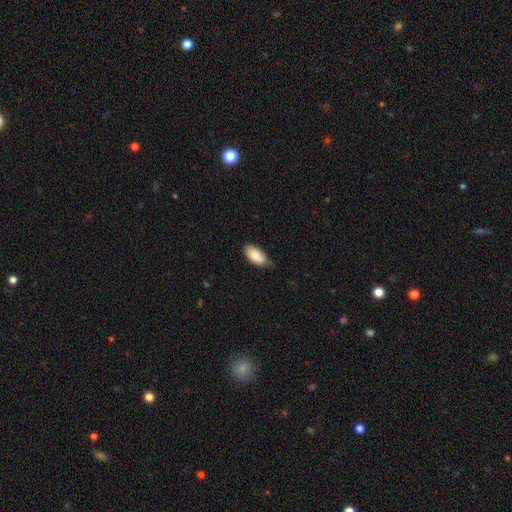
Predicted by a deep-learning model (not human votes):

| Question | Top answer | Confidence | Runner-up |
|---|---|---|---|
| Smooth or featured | smooth | 86% | featured or disk (8%) |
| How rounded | in between | 94% | cigar-shaped (4%) |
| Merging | none | 67% | minor disturbance (28%) |